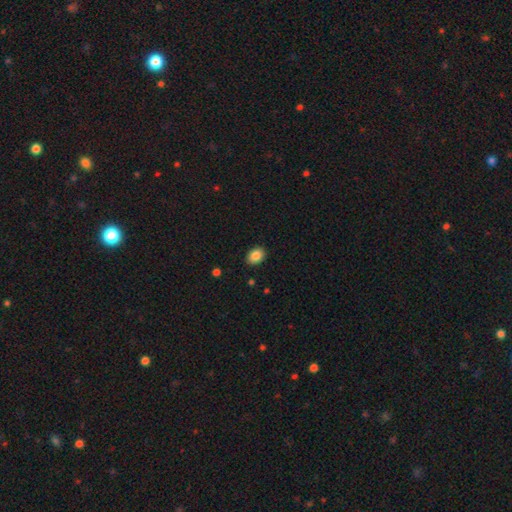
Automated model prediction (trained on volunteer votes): A smooth galaxy with no disk features (86%) that is in between round and cigar-shaped (72%).

Vote fractions:
- Smooth or featured? smooth: 86% / star or artifact: 8% / featured or disk: 5%
- How rounded? in between: 72% / round: 27% / cigar-shaped: 1%
- Merging? none: 89% / minor disturbance: 8% / major disturbance: 2% / merger: 1%